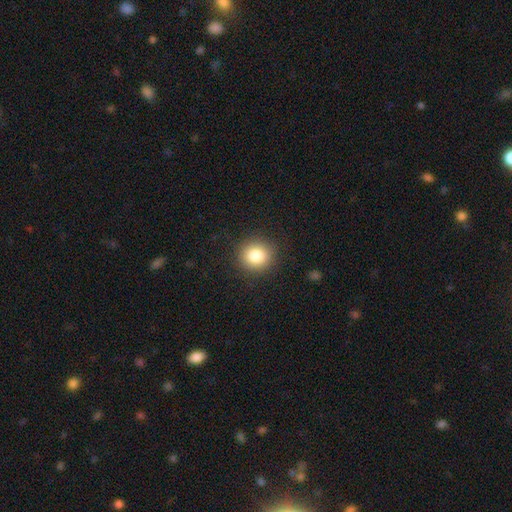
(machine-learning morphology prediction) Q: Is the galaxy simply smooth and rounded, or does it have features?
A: smooth — 84%.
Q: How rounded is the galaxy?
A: round — 88%.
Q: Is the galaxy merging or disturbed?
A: none — 90%.